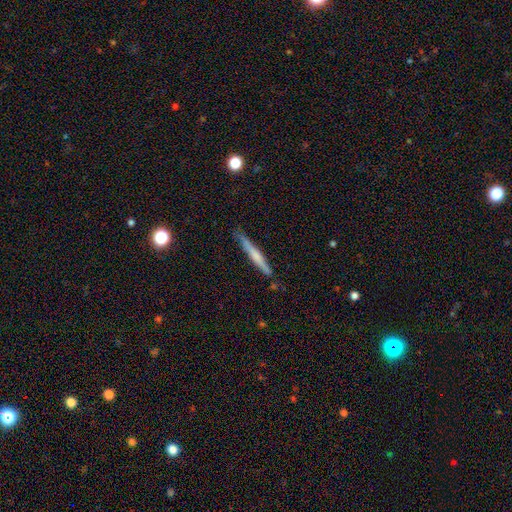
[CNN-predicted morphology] This is possibly a smooth galaxy (50%). How rounded: clearly cigar-shaped (96%). Merging: clearly none (82%).